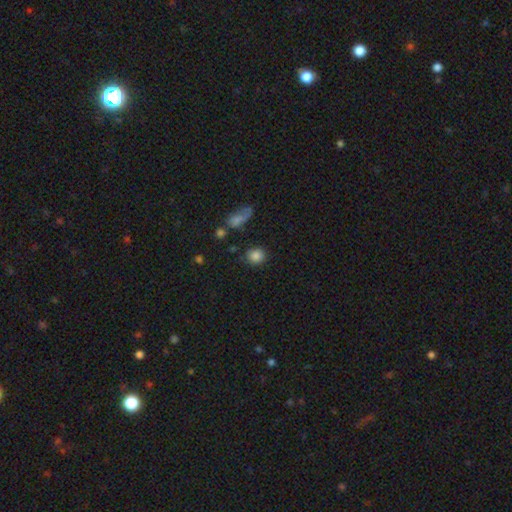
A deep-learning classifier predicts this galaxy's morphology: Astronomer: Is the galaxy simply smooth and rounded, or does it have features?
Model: smooth — 84%.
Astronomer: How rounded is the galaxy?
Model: round — 78%.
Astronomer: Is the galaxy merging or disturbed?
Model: none — 78%.